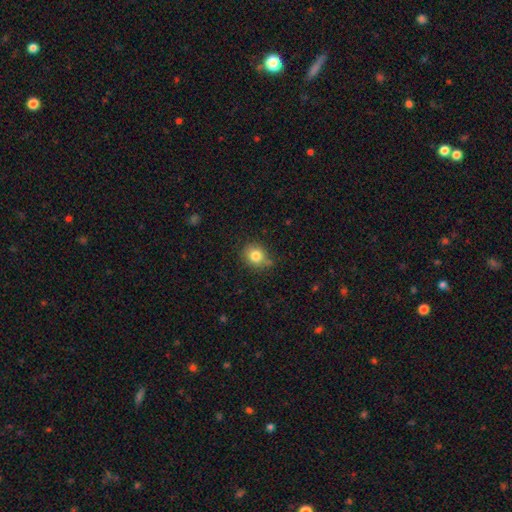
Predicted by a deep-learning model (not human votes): Morphology: type=smooth (82%); roundness=round (77%); merging=none (73%).